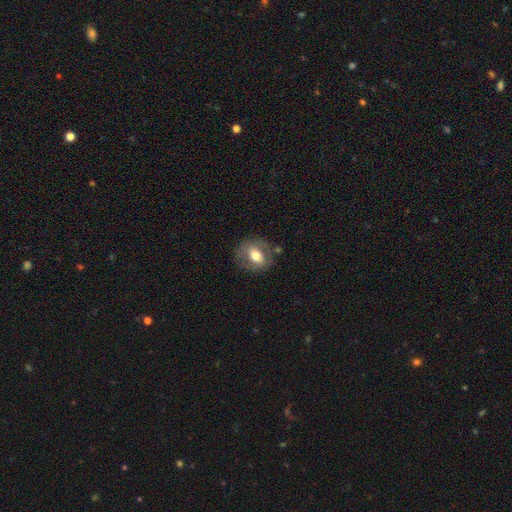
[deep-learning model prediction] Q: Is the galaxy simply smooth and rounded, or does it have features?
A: smooth — 58%.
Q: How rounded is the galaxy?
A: round — 51%.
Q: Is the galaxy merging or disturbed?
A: none — 75%.